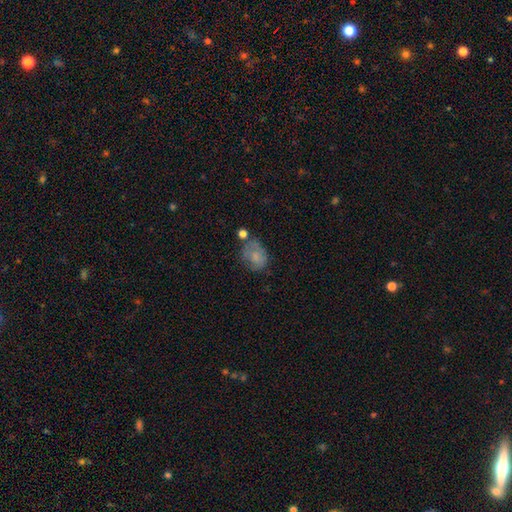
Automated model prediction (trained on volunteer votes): A smooth galaxy with no disk features (69%) that is in between round and cigar-shaped (63%).

Vote fractions:
- Smooth or featured? smooth: 69% / featured or disk: 20% / star or artifact: 11%
- How rounded? in between: 63% / round: 35% / cigar-shaped: 1%
- Merging? none: 47% / minor disturbance: 28% / major disturbance: 16% / merger: 10%